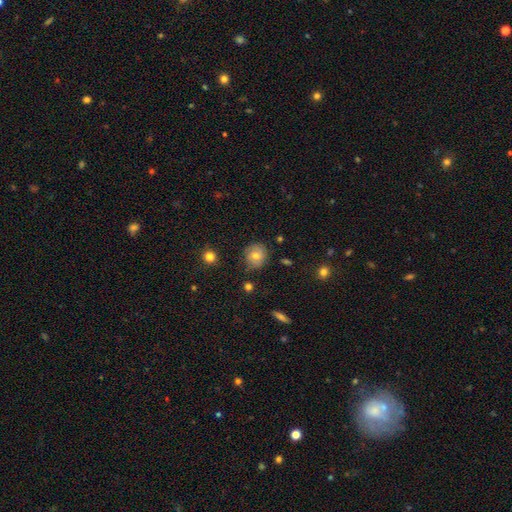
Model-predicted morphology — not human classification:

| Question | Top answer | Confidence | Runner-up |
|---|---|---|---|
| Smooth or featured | smooth | 60% | featured or disk (29%) |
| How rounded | round | 84% | in between (15%) |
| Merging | none | 77% | minor disturbance (17%) |